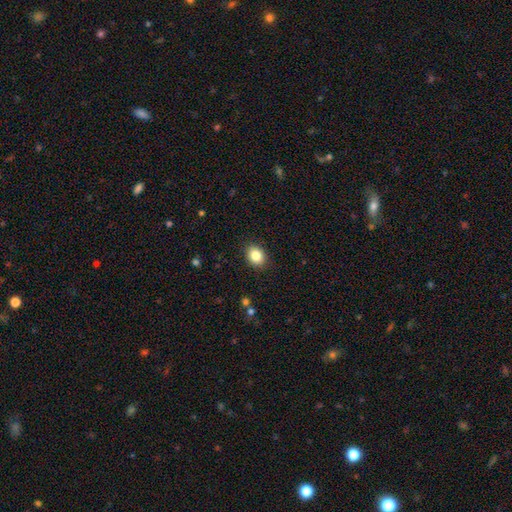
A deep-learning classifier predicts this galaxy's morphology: smooth 85%, star or artifact 9%, featured or disk 6%. Down the decision tree: how rounded — in between (55%); merging — none (89%).